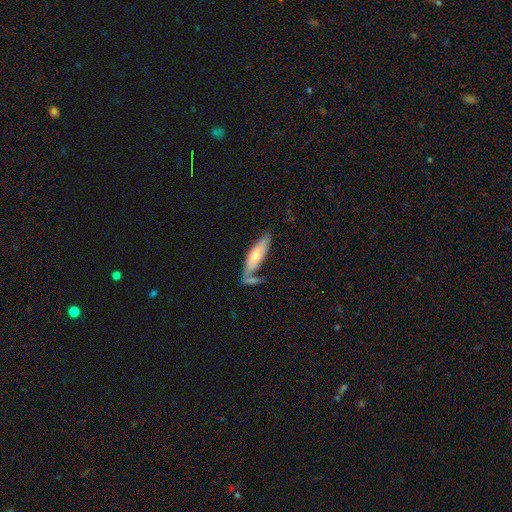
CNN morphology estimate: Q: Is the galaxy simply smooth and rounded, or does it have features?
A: smooth — 61%.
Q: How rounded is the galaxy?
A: cigar-shaped — 51%.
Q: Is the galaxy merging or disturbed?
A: none — 47%.